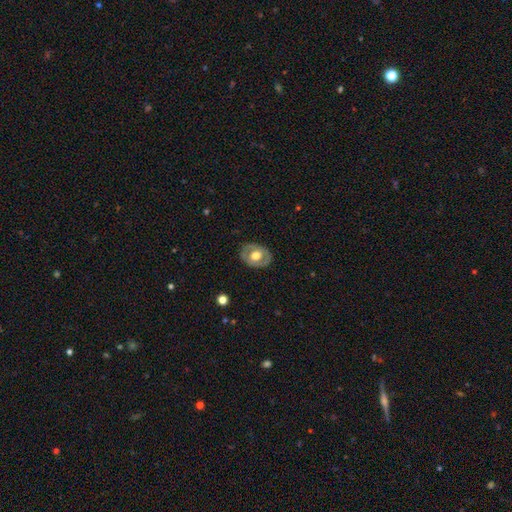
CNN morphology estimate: Overall: featured or disk (50%; smooth 44%). Merging: none (82%).